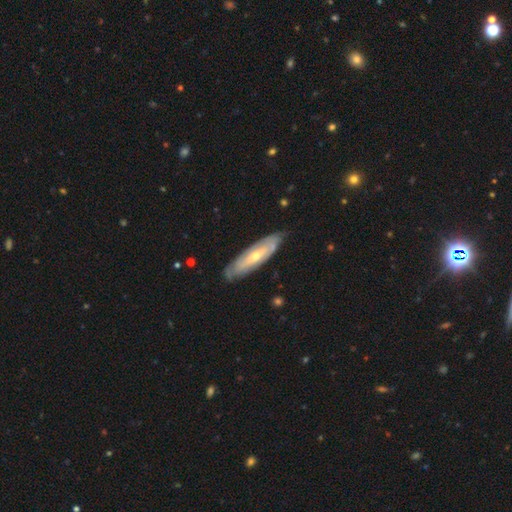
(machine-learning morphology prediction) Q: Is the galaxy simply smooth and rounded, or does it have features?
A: featured or disk — 64%.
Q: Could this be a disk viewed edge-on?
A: no — 62%.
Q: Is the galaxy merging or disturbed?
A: none — 80%.